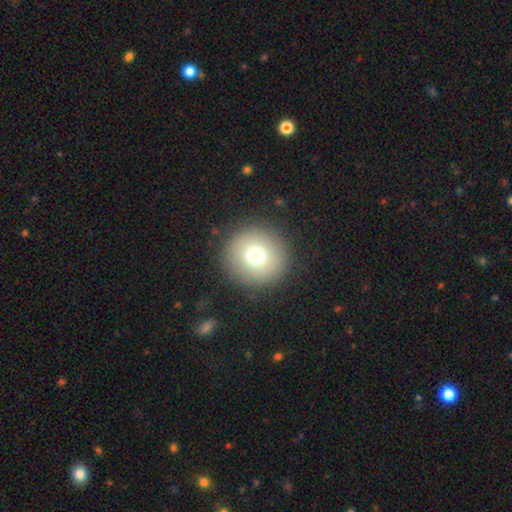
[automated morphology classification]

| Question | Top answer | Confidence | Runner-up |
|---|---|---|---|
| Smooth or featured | smooth | 73% | star or artifact (15%) |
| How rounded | round | 95% | in between (4%) |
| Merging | none | 90% | minor disturbance (5%) |